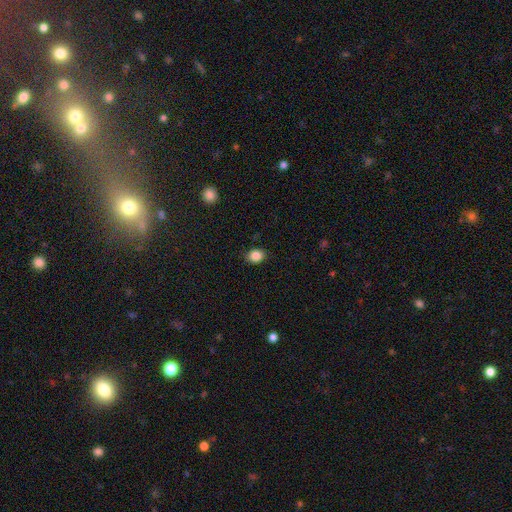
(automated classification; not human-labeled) Smooth or featured? Predicted: smooth (p=0.87). How rounded? Predicted: round (p=0.54). Merging? Predicted: none (p=0.86).